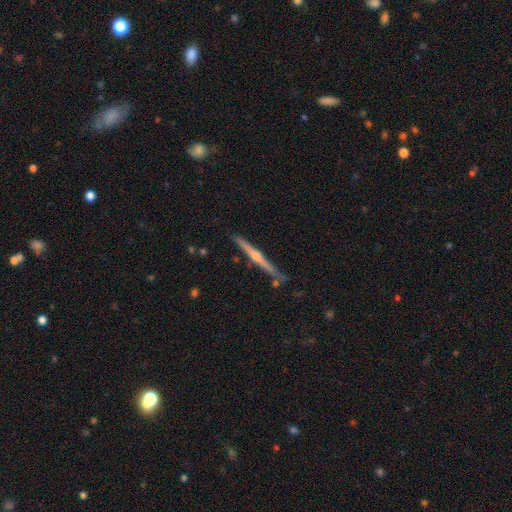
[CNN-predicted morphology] Q: Smooth or featured?
A: featured or disk (76%); runner-up: smooth (19%)
Q: Edge-on disk?
A: yes (98%); runner-up: no (2%)
Q: Edge-on bulge?
A: rounded (82%); runner-up: none (13%)
Q: Merging?
A: none (85%); runner-up: minor disturbance (10%)